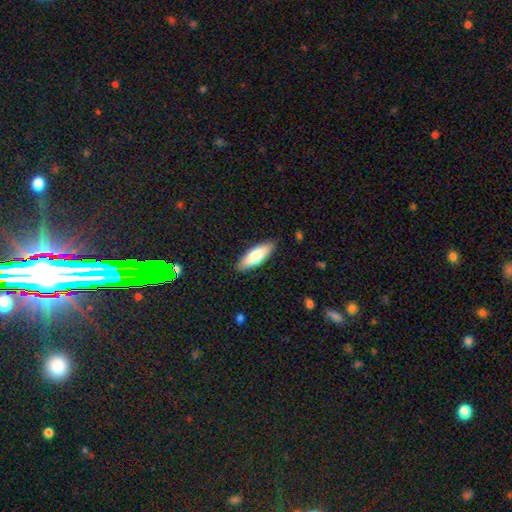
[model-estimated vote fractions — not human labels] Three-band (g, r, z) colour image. It shows a smooth galaxy with no disk features (78%) that is in between round and cigar-shaped (62%). Merging: none (88%).